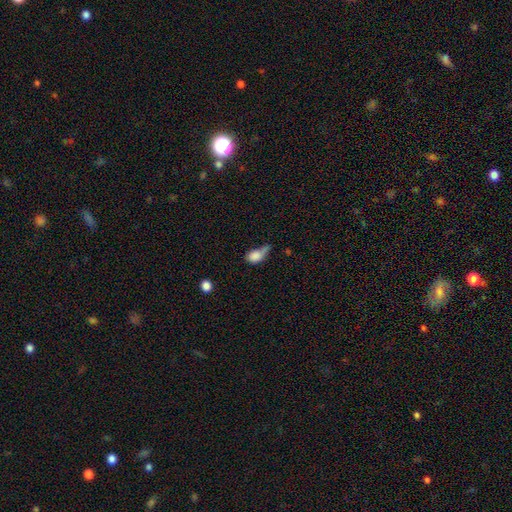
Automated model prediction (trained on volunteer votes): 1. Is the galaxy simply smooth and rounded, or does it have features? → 80% smooth, 12% featured or disk, 9% star or artifact.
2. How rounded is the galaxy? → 72% in between, 24% round, 4% cigar-shaped.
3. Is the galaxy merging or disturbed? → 34% minor disturbance, 30% major disturbance, 22% none, 14% merger.